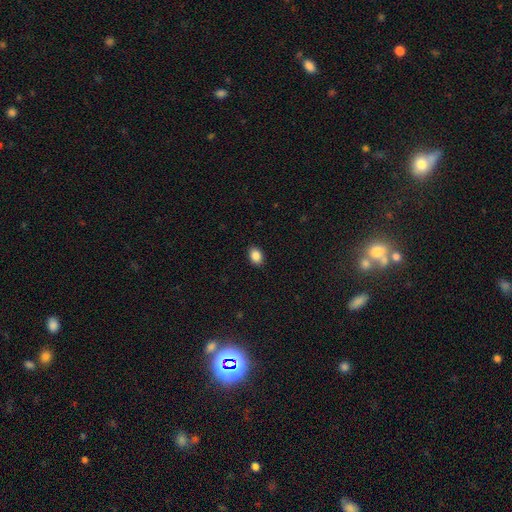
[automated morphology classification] This appears to be a smooth galaxy with no disk features (88%) that is in between round and cigar-shaped (77%). Merging: none (90%).